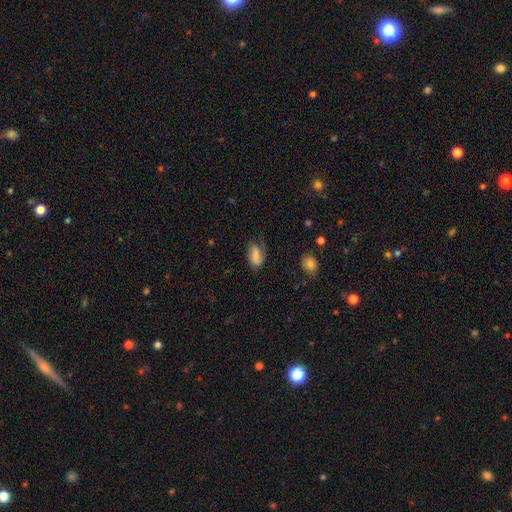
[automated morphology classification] Smooth or featured? smooth (66%)
How rounded? in between (88%)
Merging? none (62%)